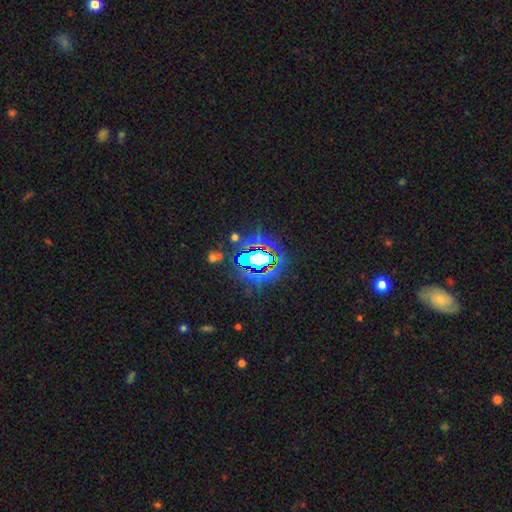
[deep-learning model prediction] Q: Smooth or featured?
A: star or artifact (77%); runner-up: smooth (13%)